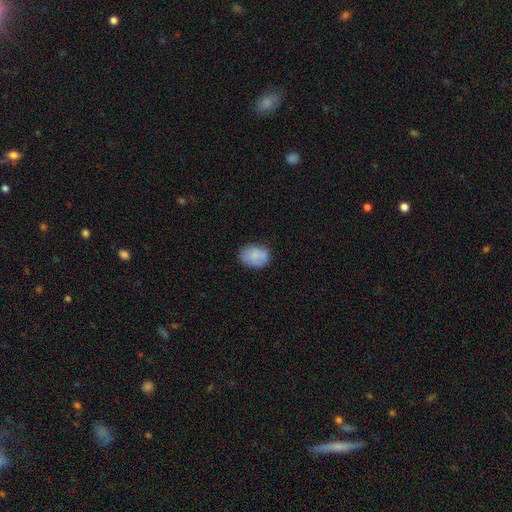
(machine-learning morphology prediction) A smooth galaxy with no disk features (82%) that is in between round and cigar-shaped (72%).

Vote fractions:
- Smooth or featured? smooth: 82% / featured or disk: 10% / star or artifact: 8%
- How rounded? in between: 72% / round: 27% / cigar-shaped: 1%
- Merging? none: 74% / minor disturbance: 20% / major disturbance: 5% / merger: 2%